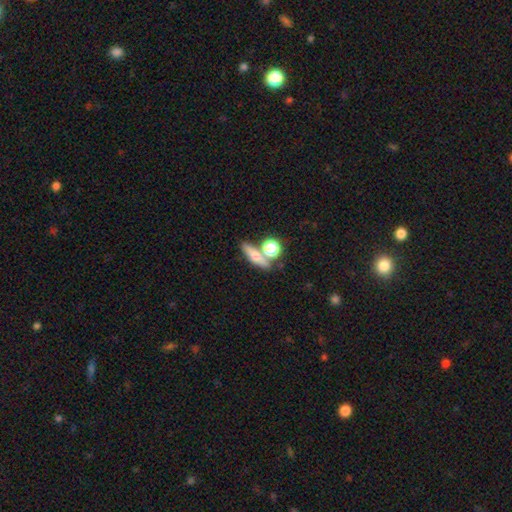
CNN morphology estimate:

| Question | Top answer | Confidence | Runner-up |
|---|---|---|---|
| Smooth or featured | smooth | 62% | featured or disk (27%) |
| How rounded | cigar-shaped | 42% | in between (32%) |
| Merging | none | 58% | merger (26%) |